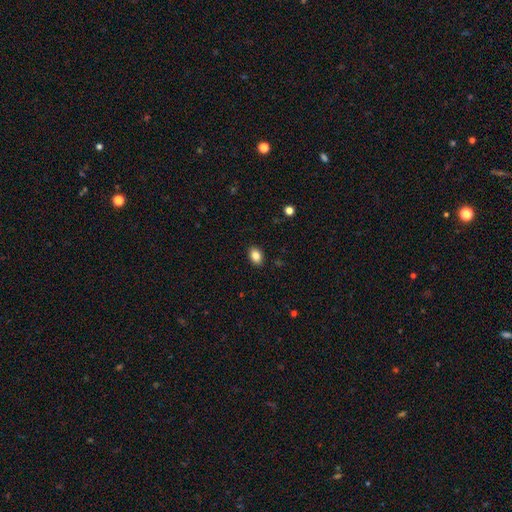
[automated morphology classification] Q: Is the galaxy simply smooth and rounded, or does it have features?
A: smooth — 84%.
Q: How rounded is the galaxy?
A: in between — 76%.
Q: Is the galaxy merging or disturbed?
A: none — 90%.